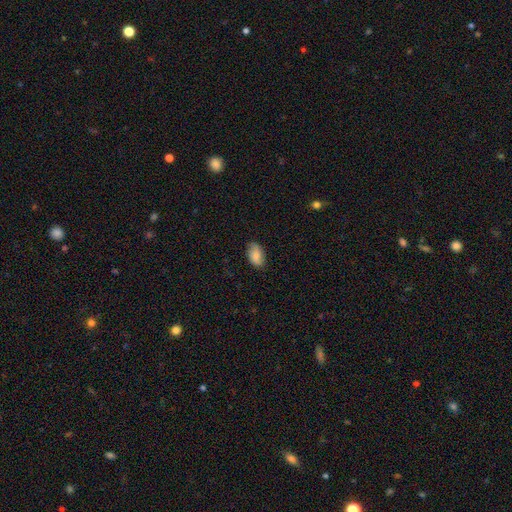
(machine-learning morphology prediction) smooth-or-featured: smooth: 79% | featured or disk: 14% | star or artifact: 7%
  how-rounded: in between: 92% | round: 6% | cigar-shaped: 2%
  merging: none: 78% | minor disturbance: 18% | major disturbance: 3% | merger: 1%